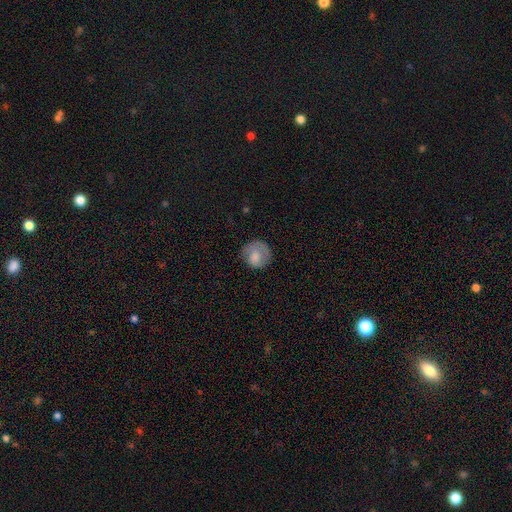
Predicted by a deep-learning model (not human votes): Q: Smooth or featured?
A: smooth (73%); runner-up: featured or disk (19%)
Q: How rounded?
A: round (86%); runner-up: in between (13%)
Q: Merging?
A: none (66%); runner-up: minor disturbance (22%)